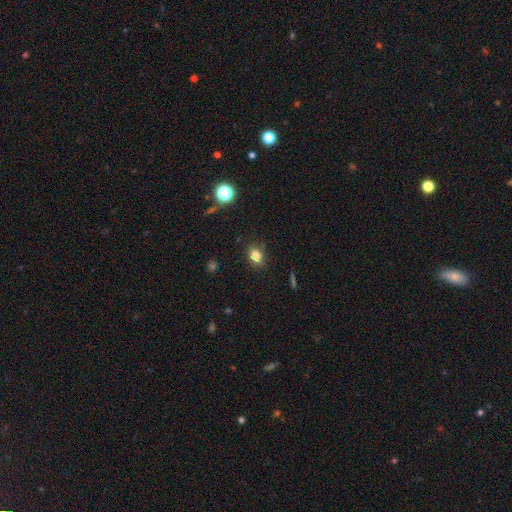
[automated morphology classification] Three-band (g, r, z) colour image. It shows a smooth galaxy with no disk features (80%) that is in between round and cigar-shaped (59%). Merging: none (82%).